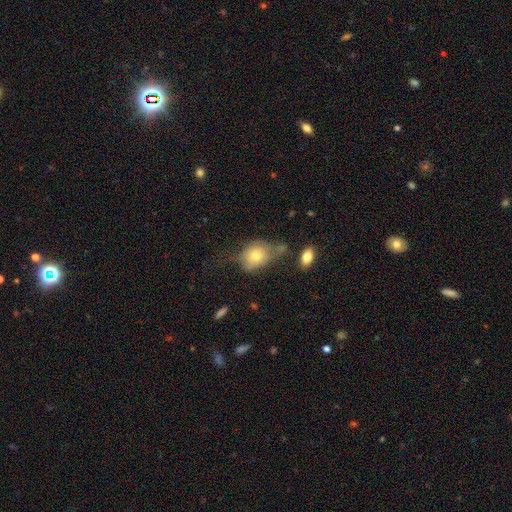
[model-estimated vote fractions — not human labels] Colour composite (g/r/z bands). It shows a smooth galaxy with no disk features (70%) that is in between round and cigar-shaped (51%). Merging: none (35%).